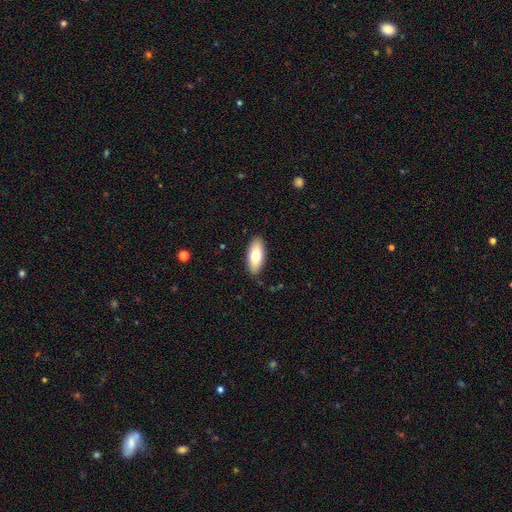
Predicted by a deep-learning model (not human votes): The model was most divided on "smooth or featured": smooth: 77%, featured or disk: 17%, star or artifact: 6%. More confident: merging — none (88%); how rounded — in between (87%).